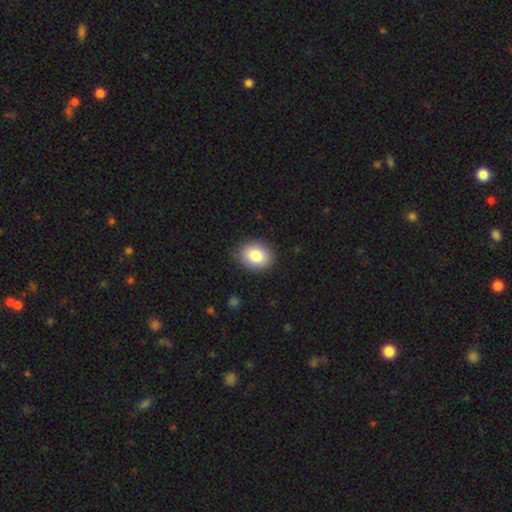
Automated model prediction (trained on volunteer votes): smooth 85%, star or artifact 8%, featured or disk 7%. Down the decision tree: how rounded — in between (54%); merging — none (87%).